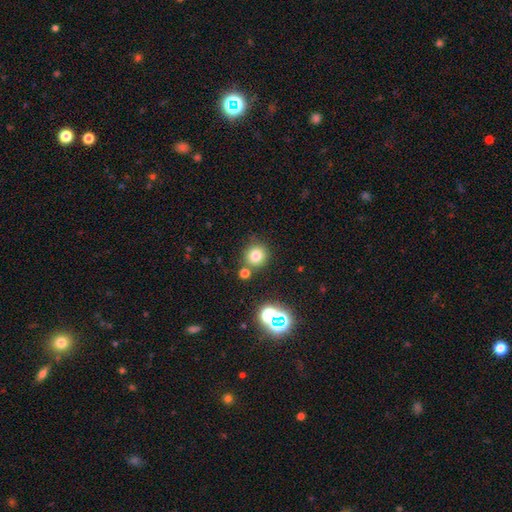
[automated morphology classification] The model was most divided on "smooth or featured": smooth: 77%, star or artifact: 16%, featured or disk: 7%. More confident: how rounded — round (89%); merging — none (76%).